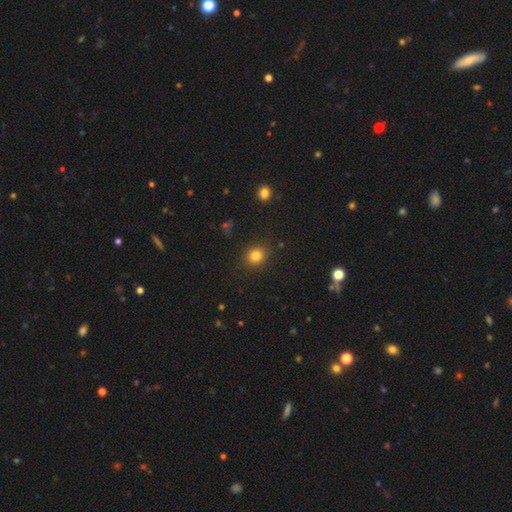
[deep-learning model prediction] Smooth or featured?
  - smooth: 82% *
  - star or artifact: 13%
  - featured or disk: 6%
How rounded?
  - round: 76% *
  - in between: 23%
  - cigar-shaped: 1%
Merging?
  - none: 85% *
  - minor disturbance: 10%
  - major disturbance: 3%
  - merger: 2%